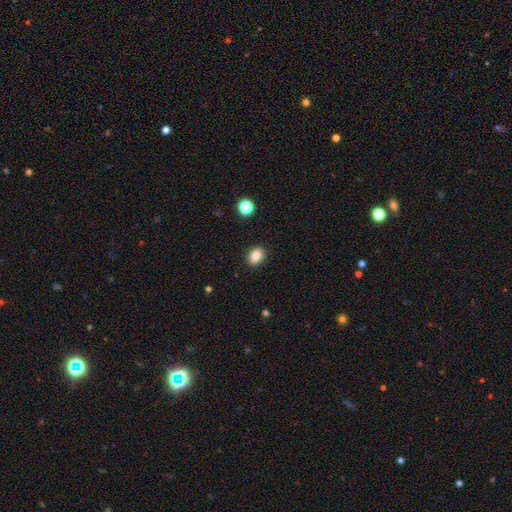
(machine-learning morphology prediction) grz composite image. It shows a smooth galaxy with no disk features (84%) that is in between round and cigar-shaped (67%). Merging: none (89%).